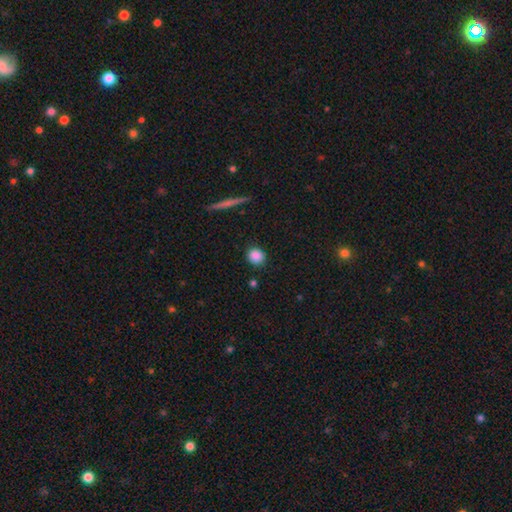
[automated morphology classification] The model was most divided on "how rounded": round: 87%, in between: 11%, cigar-shaped: 2%. More confident: merging — none (88%); smooth or featured — smooth (86%).